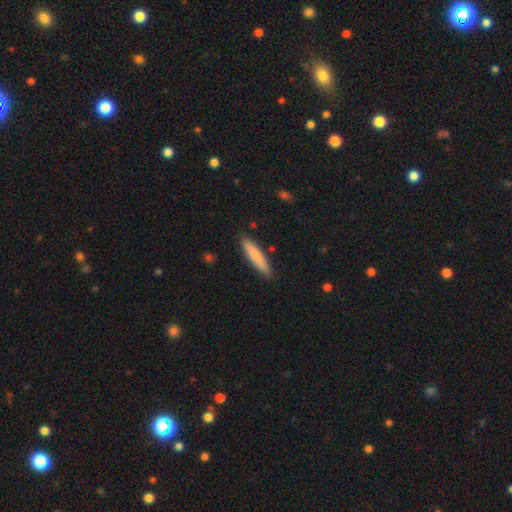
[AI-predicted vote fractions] Smooth or featured? smooth (79%)
How rounded? cigar-shaped (86%)
Merging? none (87%)